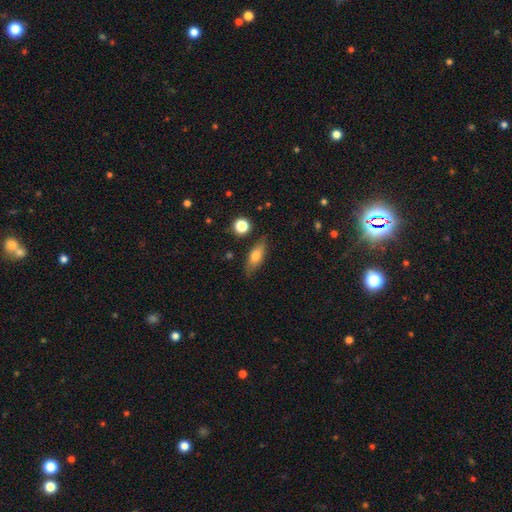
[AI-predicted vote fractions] Morphology: type=smooth (65%); roundness=in between (66%); merging=none (78%).